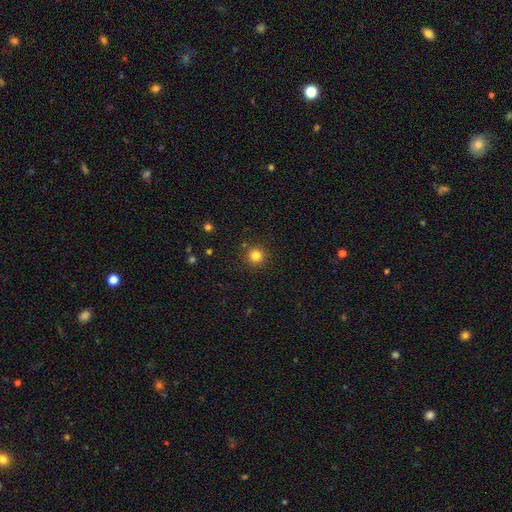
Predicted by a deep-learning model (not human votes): smooth_or_featured: smooth (p=0.82) [alt: star or artifact p=0.13]
how_rounded: round (p=0.95) [alt: in between p=0.04]
merging: none (p=0.89) [alt: minor disturbance p=0.06]